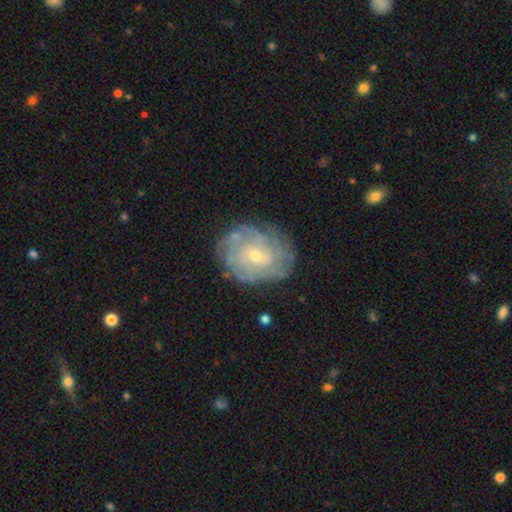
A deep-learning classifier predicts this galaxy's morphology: smooth-or-featured: featured or disk: 82% | smooth: 12% | star or artifact: 6%
  disk-edge-on: no: 97% | yes: 3%
    bar: no: 59% | weak: 35% | strong: 6%
    has-spiral-arms: yes: 92% | no: 8%
      spiral-winding: tight: 73% | medium: 21% | loose: 6%
      spiral-arm-count: can't tell: 47% | 4: 16% | 3: 12% | 2: 11% | more than 4: 9% | 1: 6%
    bulge-size: small: 59% | moderate: 38% | large: 1% | none: 1% | dominant: 1%
  merging: none: 77% | minor disturbance: 16% | major disturbance: 5% | merger: 1%